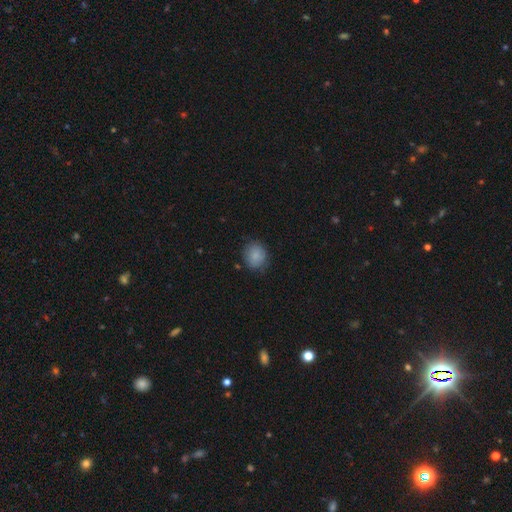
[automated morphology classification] Overall: smooth (85%). How rounded: round (75%). Merging: none (78%).